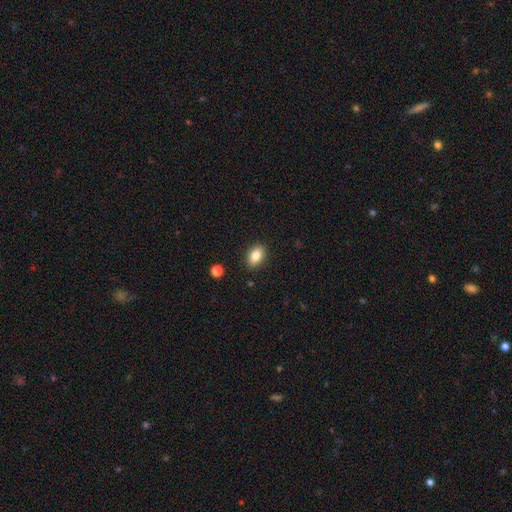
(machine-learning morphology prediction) Smooth or featured: smooth — 83% (featured or disk — 8%)
How rounded: in between — 86% (round — 12%)
Merging: none — 88% (minor disturbance — 9%)